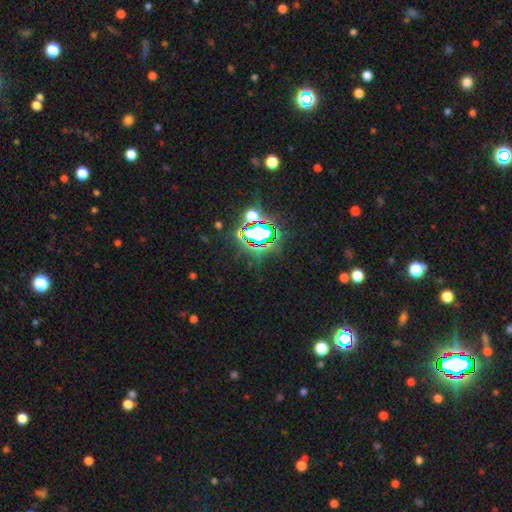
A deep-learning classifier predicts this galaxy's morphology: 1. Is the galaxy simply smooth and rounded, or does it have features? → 81% star or artifact, 12% smooth, 7% featured or disk.